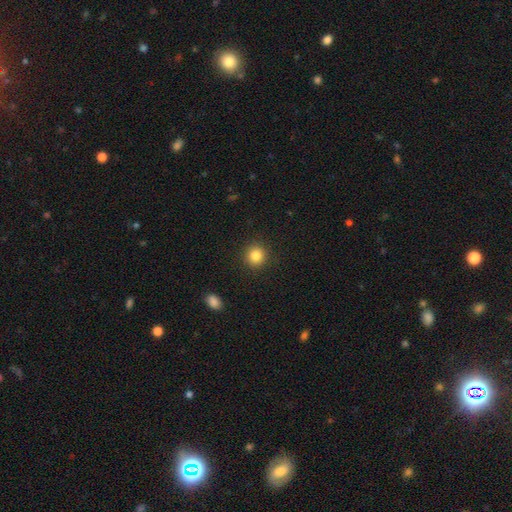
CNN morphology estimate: Q: Smooth or featured?
A: smooth (84%); runner-up: star or artifact (11%)
Q: How rounded?
A: round (91%); runner-up: in between (8%)
Q: Merging?
A: none (91%); runner-up: minor disturbance (6%)